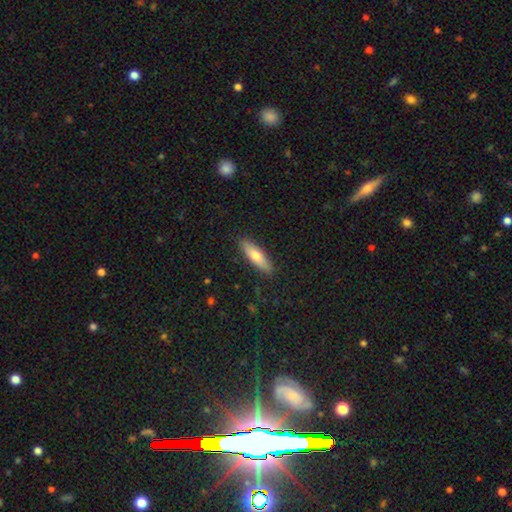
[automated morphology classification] smooth_or_featured: smooth (p=0.68) [alt: featured or disk p=0.26]
how_rounded: cigar-shaped (p=0.64) [alt: in between p=0.34]
merging: none (p=0.89) [alt: minor disturbance p=0.08]